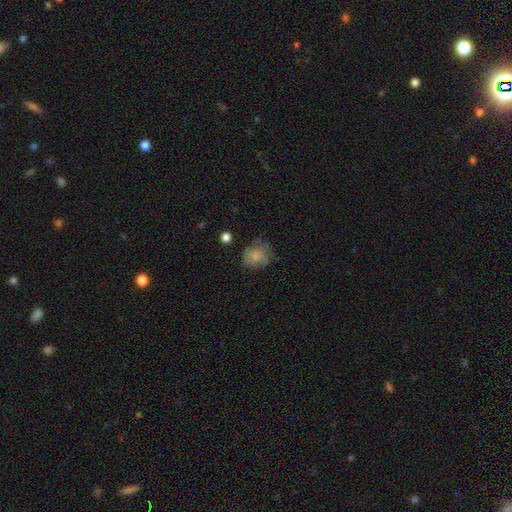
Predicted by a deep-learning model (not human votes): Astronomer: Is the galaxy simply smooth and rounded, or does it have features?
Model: smooth — 80%.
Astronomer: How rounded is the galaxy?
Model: round — 74%.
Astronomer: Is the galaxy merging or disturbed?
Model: none — 64%.